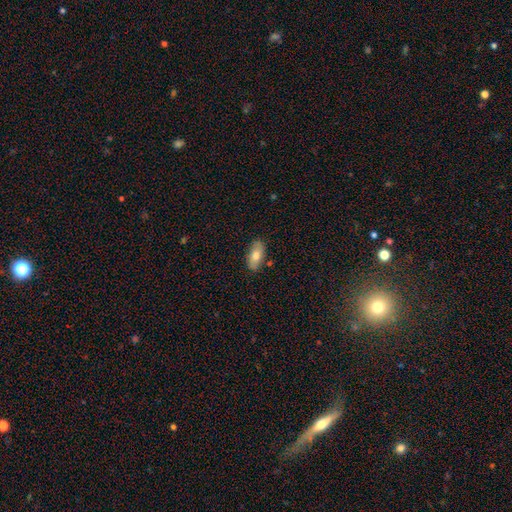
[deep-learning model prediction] A smooth galaxy with no disk features (75%) that is in between round and cigar-shaped (90%). Merging: none (84%).